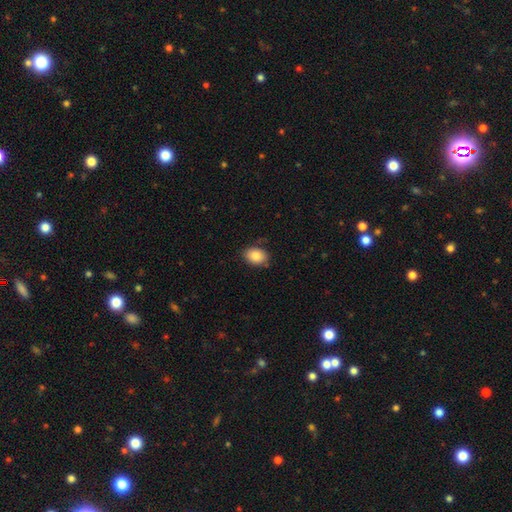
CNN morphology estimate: The model was most divided on "how rounded": in between: 76%, round: 23%, cigar-shaped: 1%. More confident: smooth or featured — smooth (86%); merging — none (79%).